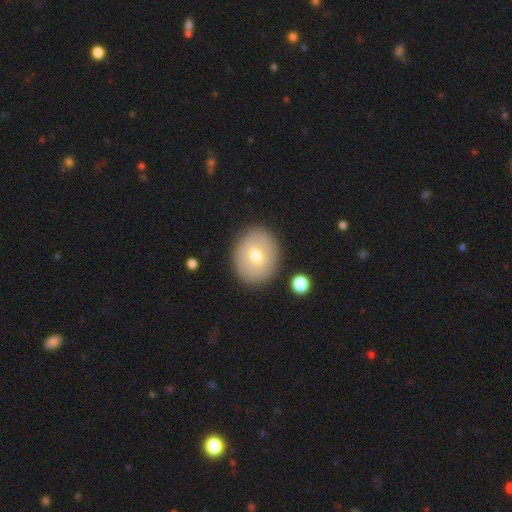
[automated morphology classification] A smooth galaxy with no disk features (63%) that is round (55%). Merging: none (86%).